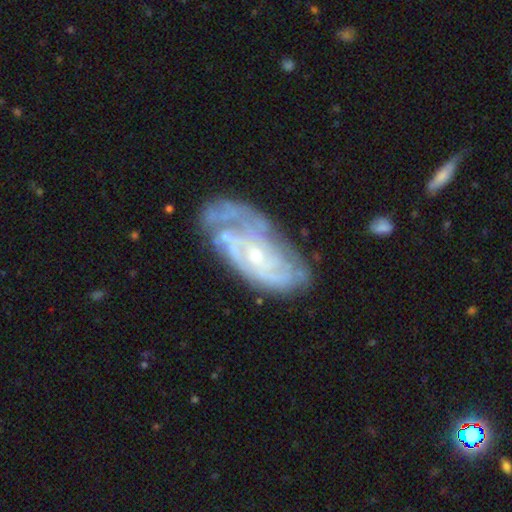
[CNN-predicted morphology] Smooth or featured?
  - featured or disk: 82% *
  - smooth: 12%
  - star or artifact: 6%
Edge-on disk?
  - no: 94% *
  - yes: 6%
Bar?
  - no: 68% *
  - weak: 27%
  - strong: 5%
Spiral arms?
  - yes: 90% *
  - no: 10%
Spiral winding?
  - tight: 62% *
  - medium: 30%
  - loose: 9%
Spiral arm count?
  - can't tell: 44% *
  - 2: 19%
  - 3: 16%
  - 4: 11%
  - more than 4: 5%
  - 1: 5%
Bulge size?
  - small: 64% *
  - moderate: 31%
  - none: 3%
  - large: 1%
  - dominant: 1%
Merging?
  - none: 61% *
  - minor disturbance: 24%
  - major disturbance: 11%
  - merger: 4%